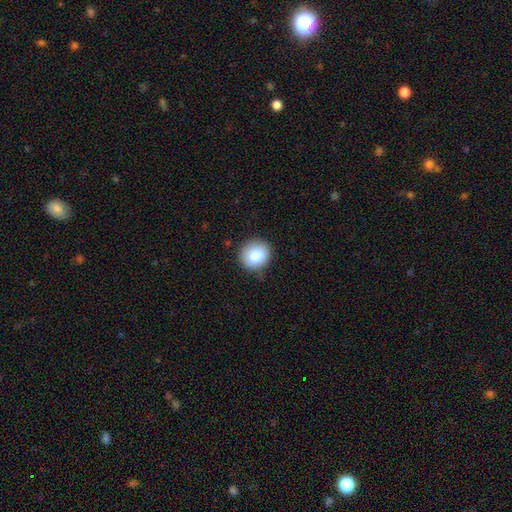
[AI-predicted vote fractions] The model was most divided on "merging": none: 82%, minor disturbance: 14%, major disturbance: 3%, merger: 1%. More confident: smooth or featured — smooth (85%); how rounded — round (84%).